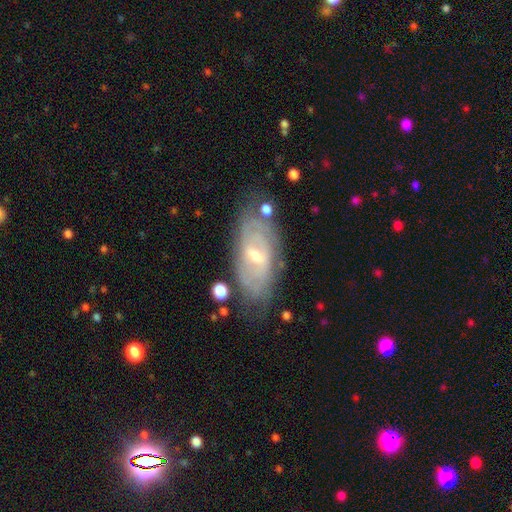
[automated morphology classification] Smooth or featured? featured or disk (75%)
Edge-on disk? no (90%)
Bar? weak (54%)
Spiral arms? yes (82%)
Spiral winding? tight (64%)
Spiral arm count? can't tell (56%)
Bulge size? small (52%)
Merging? none (70%)